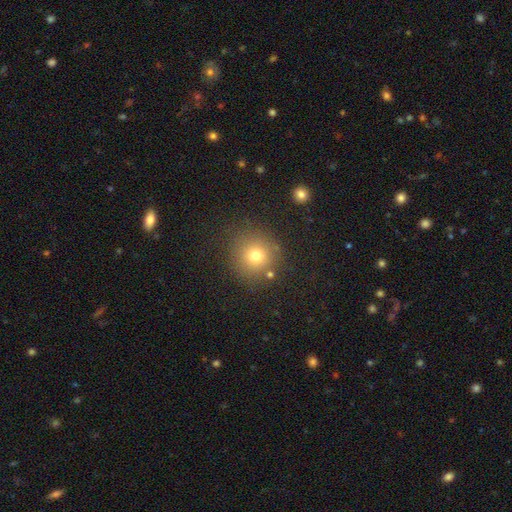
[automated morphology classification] The model was most divided on "smooth or featured": smooth: 73%, star or artifact: 17%, featured or disk: 11%. More confident: how rounded — round (92%); merging — none (82%).